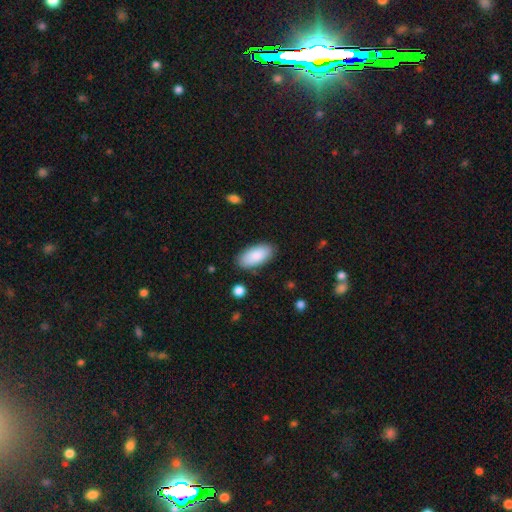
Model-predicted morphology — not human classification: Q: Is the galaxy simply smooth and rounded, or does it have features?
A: smooth — 88%.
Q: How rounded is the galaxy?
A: in between — 93%.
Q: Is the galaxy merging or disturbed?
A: none — 85%.